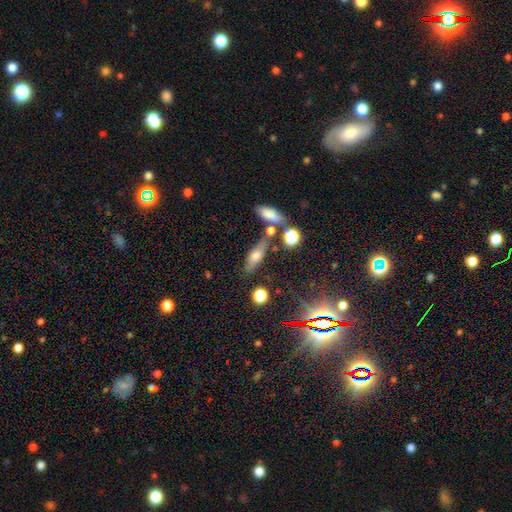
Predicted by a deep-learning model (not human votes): This appears to be a smooth galaxy with no disk features (58%) that is in between round and cigar-shaped (51%). Merging: none (63%).